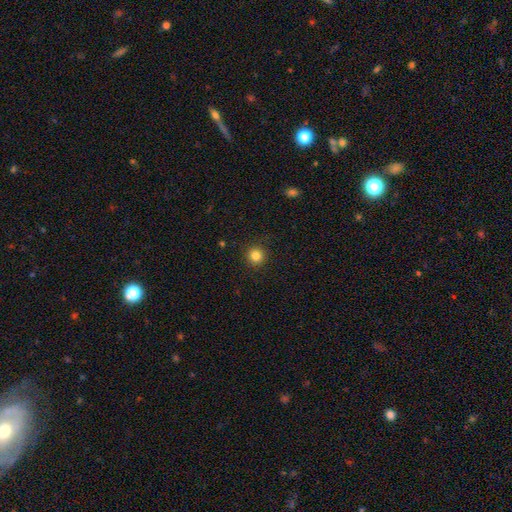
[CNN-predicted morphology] A smooth galaxy with no disk features (83%) that is round (95%). Merging: none (92%).